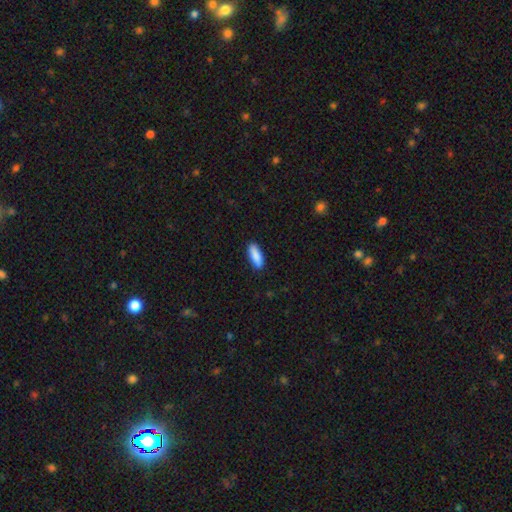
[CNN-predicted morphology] Smooth or featured?
  - smooth: 88% *
  - featured or disk: 6%
  - star or artifact: 6%
How rounded?
  - in between: 56% *
  - cigar-shaped: 42%
  - round: 2%
Merging?
  - none: 89% *
  - minor disturbance: 8%
  - major disturbance: 2%
  - merger: 1%